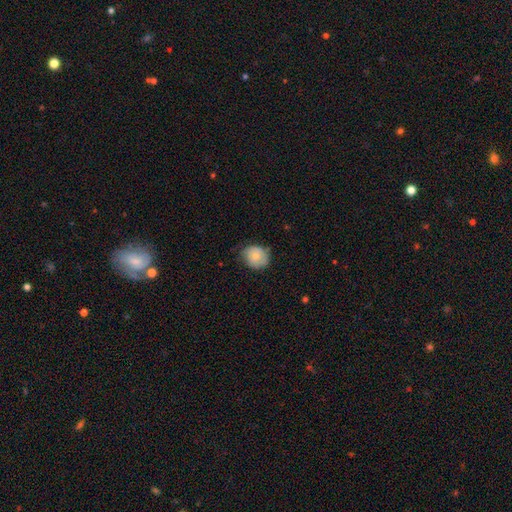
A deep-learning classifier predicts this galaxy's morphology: A smooth galaxy with no disk features (73%) that is round (69%).

Vote fractions:
- Smooth or featured? smooth: 73% / featured or disk: 20% / star or artifact: 7%
- How rounded? round: 69% / in between: 30% / cigar-shaped: 1%
- Merging? none: 62% / minor disturbance: 30% / major disturbance: 6% / merger: 1%